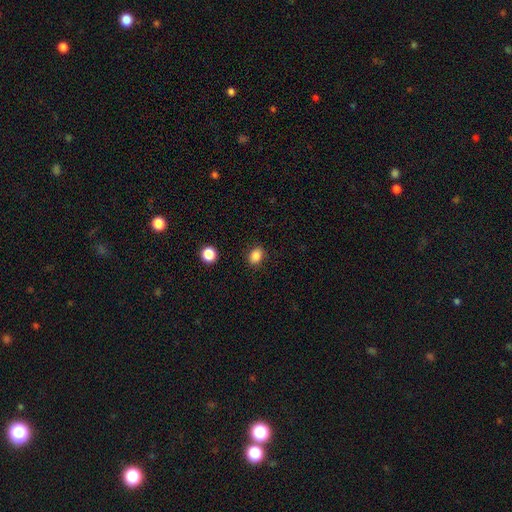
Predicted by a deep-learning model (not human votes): Smooth or featured? Predicted: smooth (p=0.85). How rounded? Predicted: in between (p=0.64). Merging? Predicted: none (p=0.87).